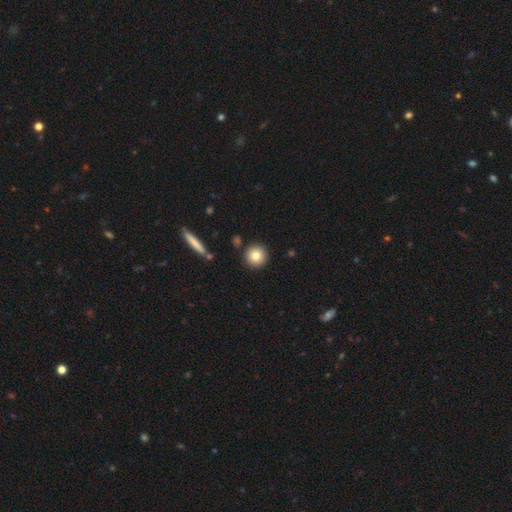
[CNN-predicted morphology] Smooth or featured: smooth — 79% (featured or disk — 11%)
How rounded: round — 94% (in between — 5%)
Merging: none — 89% (minor disturbance — 6%)